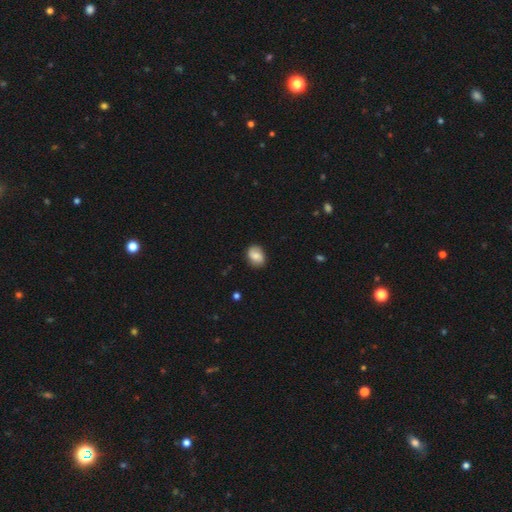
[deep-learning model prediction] A smooth galaxy with no disk features (68%) that is in between round and cigar-shaped (60%). Merging: none (83%).